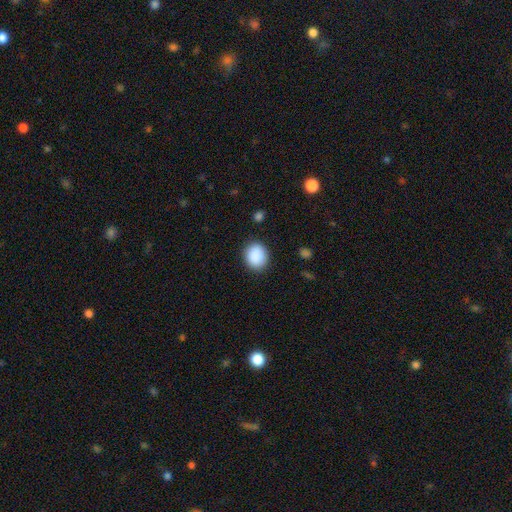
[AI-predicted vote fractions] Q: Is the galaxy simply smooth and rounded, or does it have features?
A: smooth — 90%.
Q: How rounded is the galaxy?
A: round — 62%.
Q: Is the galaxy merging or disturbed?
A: none — 88%.